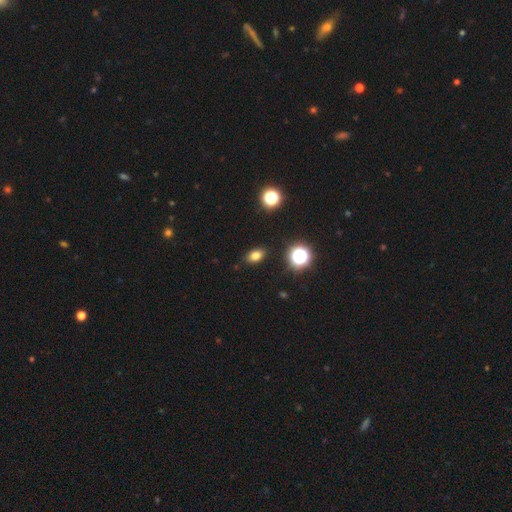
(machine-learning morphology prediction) Smooth or featured: smooth — 78% (star or artifact — 15%)
How rounded: in between — 80% (round — 17%)
Merging: none — 88% (minor disturbance — 8%)